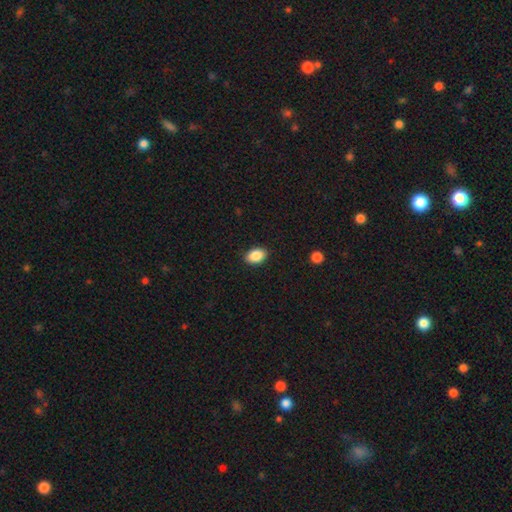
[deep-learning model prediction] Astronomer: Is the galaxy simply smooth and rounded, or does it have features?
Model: smooth — 88%.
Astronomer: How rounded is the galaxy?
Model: in between — 83%.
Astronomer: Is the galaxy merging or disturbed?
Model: none — 89%.